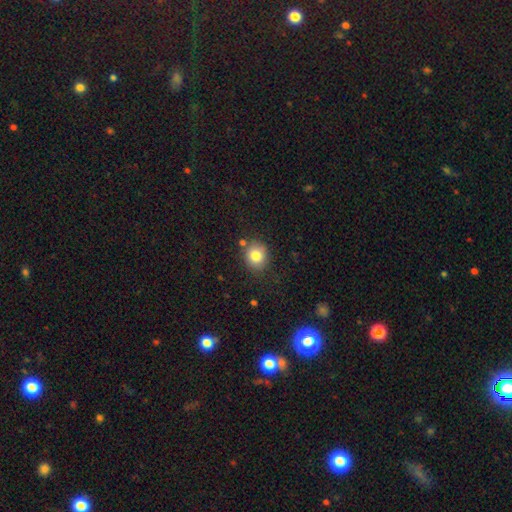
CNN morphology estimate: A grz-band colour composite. It shows a smooth galaxy with no disk features (81%) that is round (79%). Merging: none (80%).